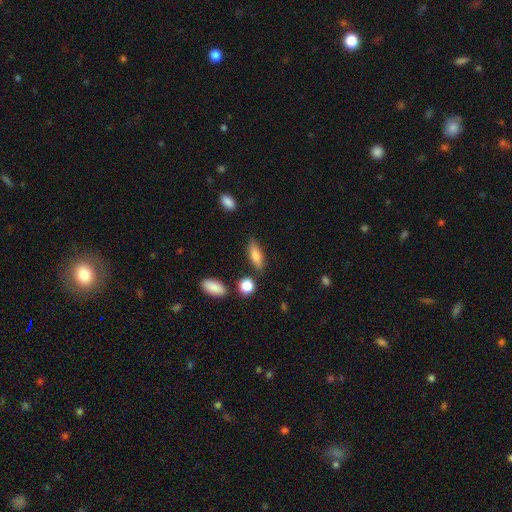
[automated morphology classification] smooth 71%, featured or disk 22%, star or artifact 8%. Down the decision tree: how rounded — in between (55%); merging — none (80%).